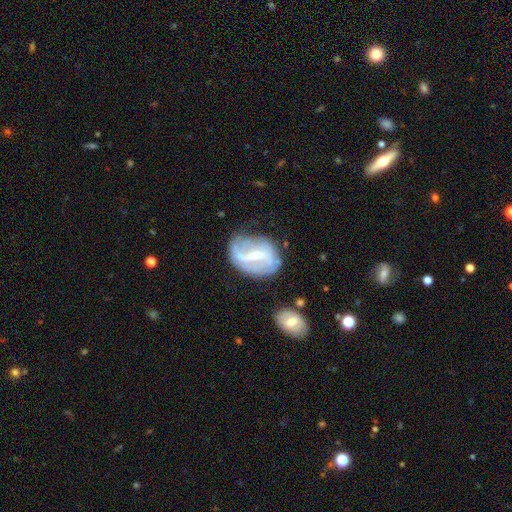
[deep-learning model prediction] Smooth or featured?
  - featured or disk: 75% *
  - smooth: 17%
  - star or artifact: 7%
Edge-on disk?
  - no: 95% *
  - yes: 5%
Bar?
  - strong: 45% *
  - weak: 43%
  - no: 13%
Spiral arms?
  - yes: 73% *
  - no: 27%
Spiral winding?
  - loose: 40% *
  - medium: 34%
  - tight: 26%
Spiral arm count?
  - 2: 56% *
  - can't tell: 22%
  - 1: 15%
  - 3: 4%
  - 4: 1%
  - more than 4: 1%
Bulge size?
  - moderate: 56% *
  - small: 38%
  - large: 3%
  - none: 2%
  - dominant: 1%
Merging?
  - none: 55% *
  - minor disturbance: 27%
  - major disturbance: 14%
  - merger: 4%